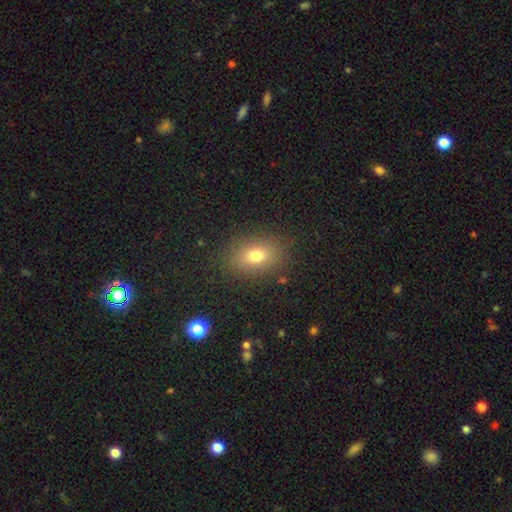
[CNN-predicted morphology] smooth_or_featured: smooth (p=0.75) [alt: star or artifact p=0.13]
how_rounded: in between (p=0.73) [alt: round p=0.26]
merging: none (p=0.85) [alt: minor disturbance p=0.10]